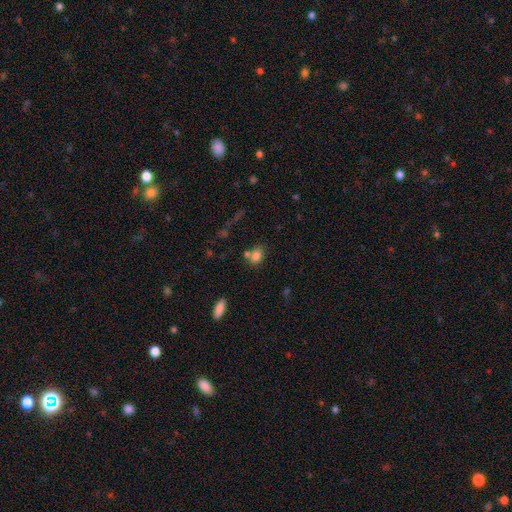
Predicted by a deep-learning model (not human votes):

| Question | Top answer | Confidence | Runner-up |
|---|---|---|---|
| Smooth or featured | smooth | 80% | star or artifact (11%) |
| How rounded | in between | 65% | round (33%) |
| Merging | none | 57% | merger (25%) |